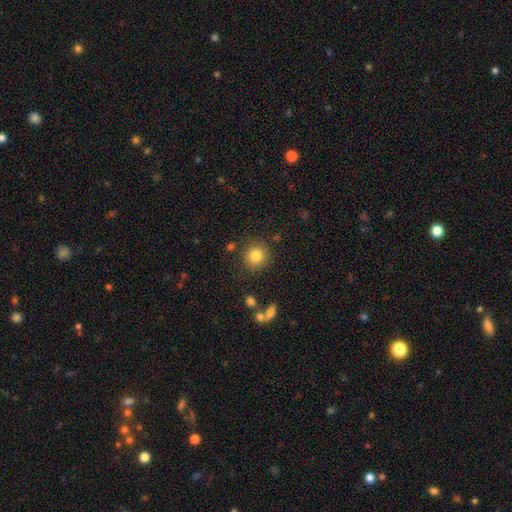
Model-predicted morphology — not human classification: smooth_or_featured: smooth (p=0.83) [alt: star or artifact p=0.10]
how_rounded: round (p=0.90) [alt: in between p=0.09]
merging: none (p=0.85) [alt: minor disturbance p=0.08]